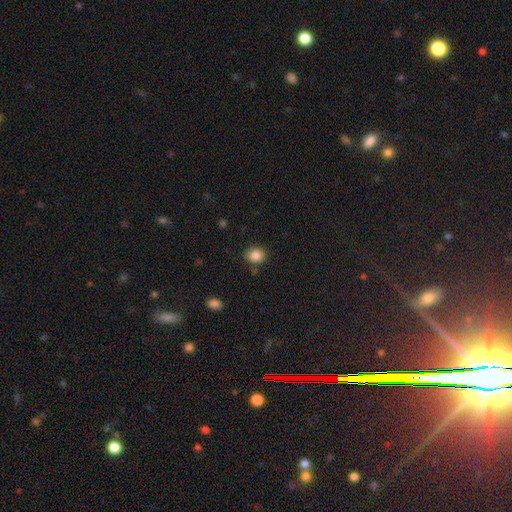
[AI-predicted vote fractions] Morphology: type=smooth (86%); roundness=round (57%); merging=none (81%).